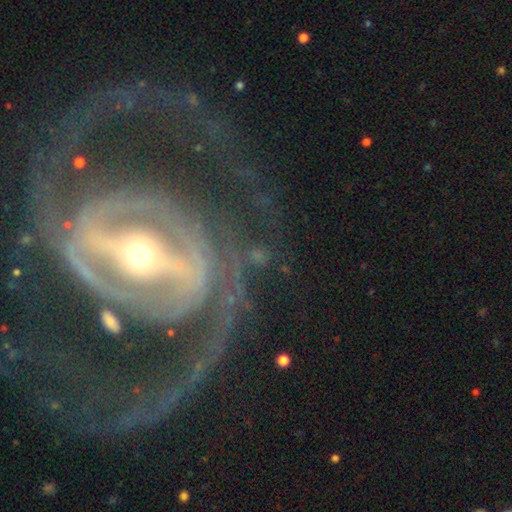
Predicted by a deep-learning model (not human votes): Smooth or featured: featured or disk — 66% (star or artifact — 18%)
Edge-on disk: no — 92% (yes — 8%)
Bar: no — 36% (strong — 34%)
Spiral arms: yes — 79% (no — 21%)
Bulge size: moderate — 43% (small — 42%)
Merging: none — 64% (major disturbance — 16%)